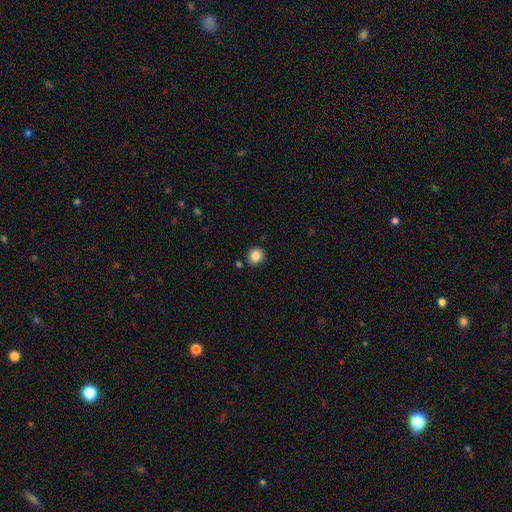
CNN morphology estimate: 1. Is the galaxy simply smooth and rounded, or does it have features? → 86% smooth, 10% star or artifact, 5% featured or disk.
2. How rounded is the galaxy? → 83% round, 17% in between, 1% cigar-shaped.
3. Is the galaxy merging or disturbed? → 88% none, 7% minor disturbance, 3% merger, 2% major disturbance.